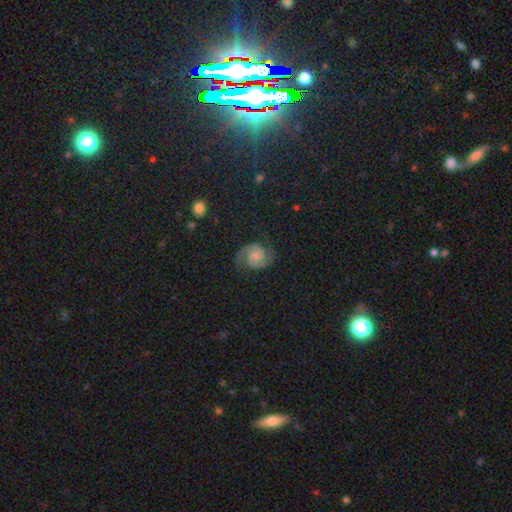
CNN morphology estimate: Smooth or featured? featured or disk (82%)
Edge-on disk? no (98%)
Bar? no (65%)
Spiral arms? yes (97%)
Spiral winding? medium (54%)
Spiral arm count? 2 (94%)
Bulge size? none (34%)
Merging? none (79%)